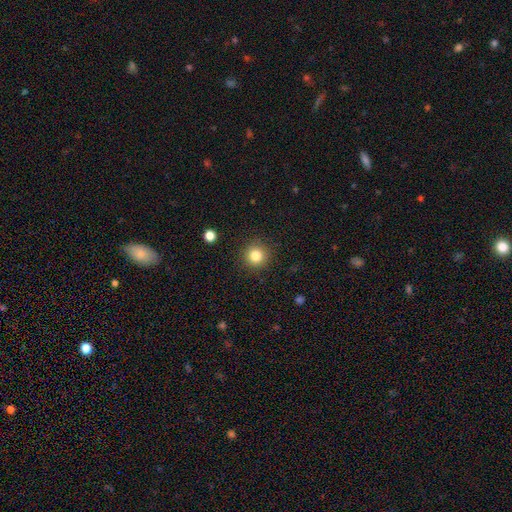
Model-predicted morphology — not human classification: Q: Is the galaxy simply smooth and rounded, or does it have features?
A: smooth — 82%.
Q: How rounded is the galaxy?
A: round — 94%.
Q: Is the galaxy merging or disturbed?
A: none — 90%.